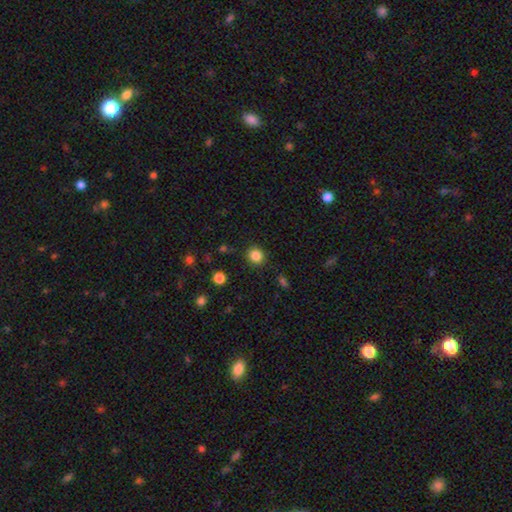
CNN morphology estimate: The model was most divided on "how rounded": round: 85%, in between: 14%, cigar-shaped: 1%. More confident: merging — none (88%); smooth or featured — smooth (84%).